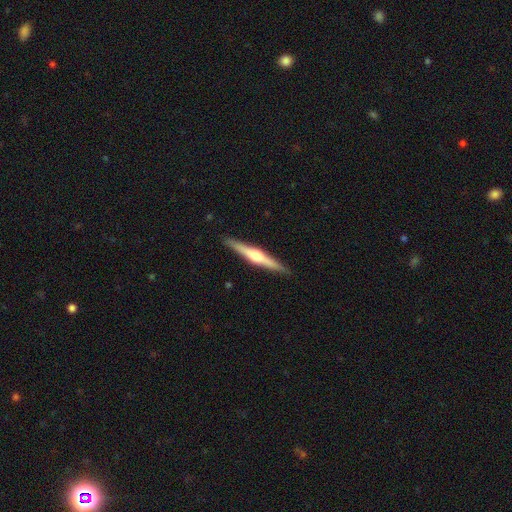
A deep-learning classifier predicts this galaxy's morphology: smooth-or-featured: featured or disk: 69% | smooth: 26% | star or artifact: 5%
  disk-edge-on: yes: 98% | no: 2%
    edge-on-bulge: rounded: 75% | boxy: 17% | none: 8%
  merging: none: 91% | minor disturbance: 7% | major disturbance: 1% | merger: 1%